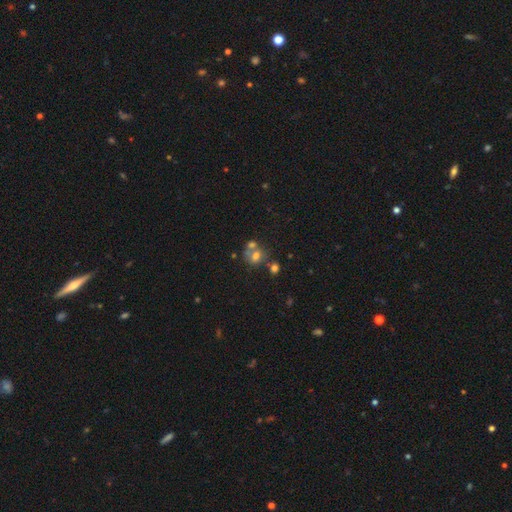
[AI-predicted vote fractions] Smooth or featured? Predicted: smooth (p=0.62). How rounded? Predicted: round (p=0.68). Merging? Predicted: merger (p=0.43).